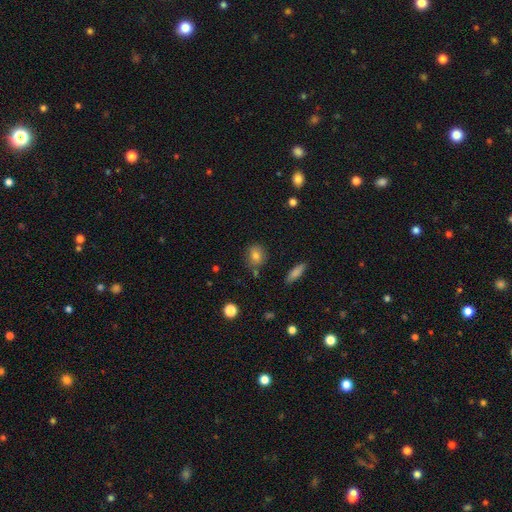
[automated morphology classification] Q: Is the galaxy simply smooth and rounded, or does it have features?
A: smooth — 78%.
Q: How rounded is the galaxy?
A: round — 61%.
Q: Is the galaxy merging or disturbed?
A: none — 77%.